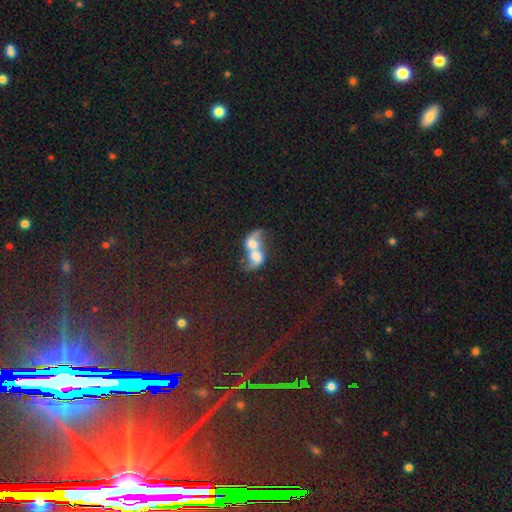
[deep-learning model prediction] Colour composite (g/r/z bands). It shows a featured or disk galaxy (47%). Merging: merger (84%).